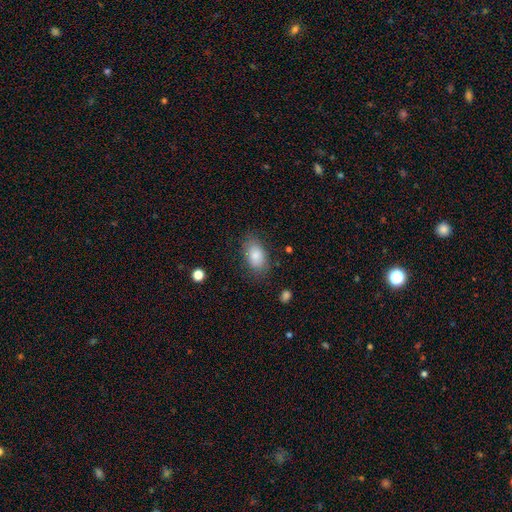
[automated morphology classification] Overall: smooth (83%). How rounded: in between (90%). Merging: none (76%).